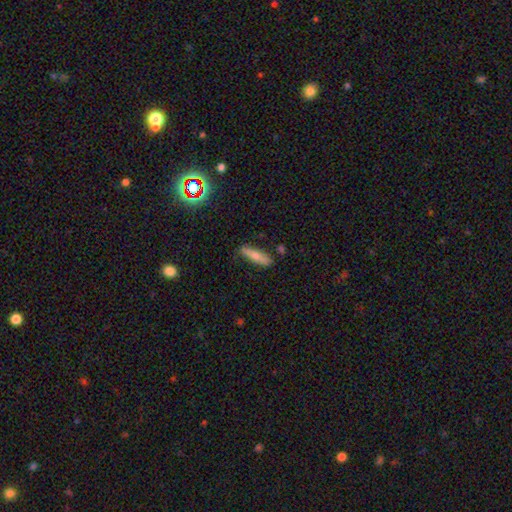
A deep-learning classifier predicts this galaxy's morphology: This appears to be a smooth galaxy with no disk features (69%) that is cigar-shaped (72%). Merging: none (81%).